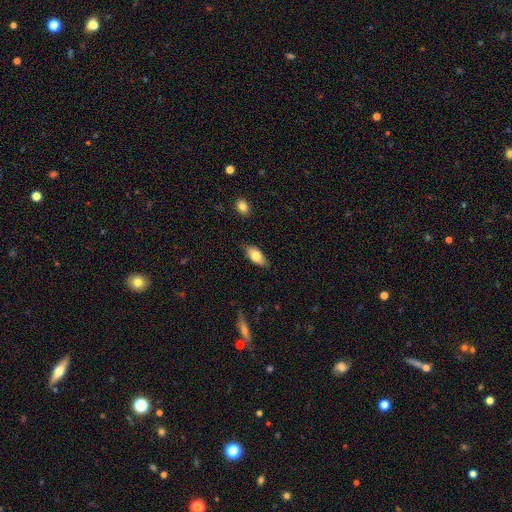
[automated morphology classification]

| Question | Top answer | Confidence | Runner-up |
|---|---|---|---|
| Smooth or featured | smooth | 79% | featured or disk (14%) |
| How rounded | in between | 90% | cigar-shaped (7%) |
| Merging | none | 80% | minor disturbance (16%) |